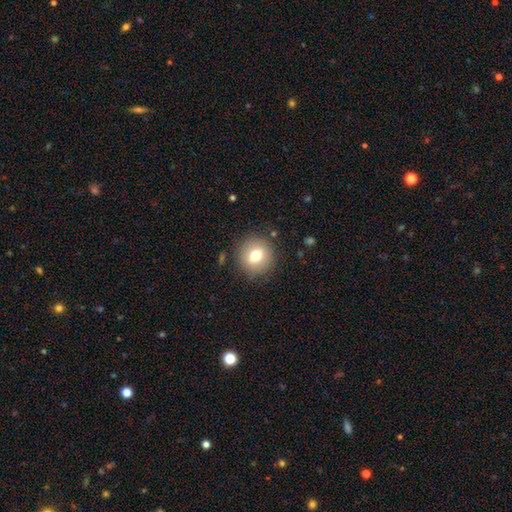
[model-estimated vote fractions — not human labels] Morphology: type=smooth (73%); roundness=round (91%); merging=none (87%).